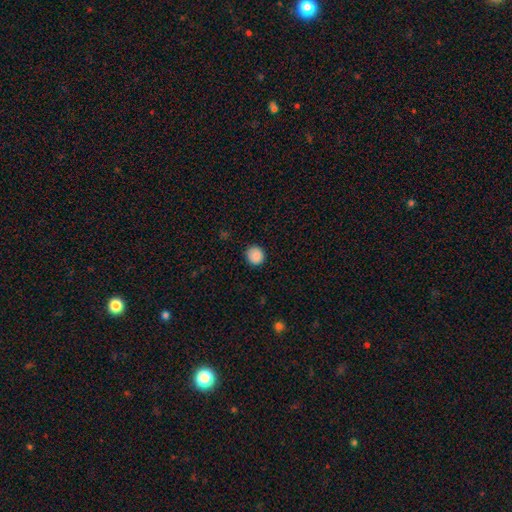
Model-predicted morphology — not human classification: smooth 88%, star or artifact 9%, featured or disk 3%. Down the decision tree: how rounded — round (89%); merging — none (87%).